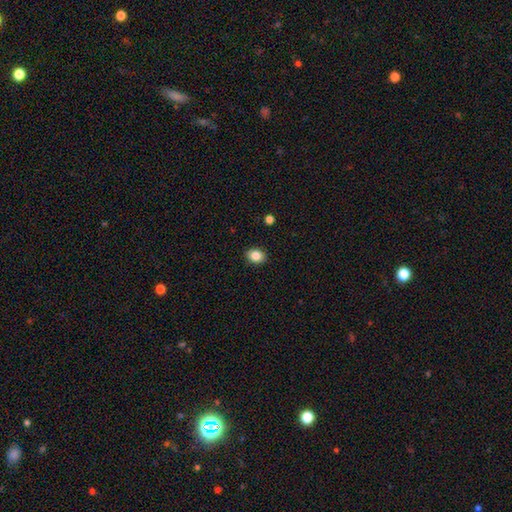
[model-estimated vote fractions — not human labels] The model was most divided on "how rounded": in between: 56%, round: 43%, cigar-shaped: 1%. More confident: merging — none (89%); smooth or featured — smooth (85%).